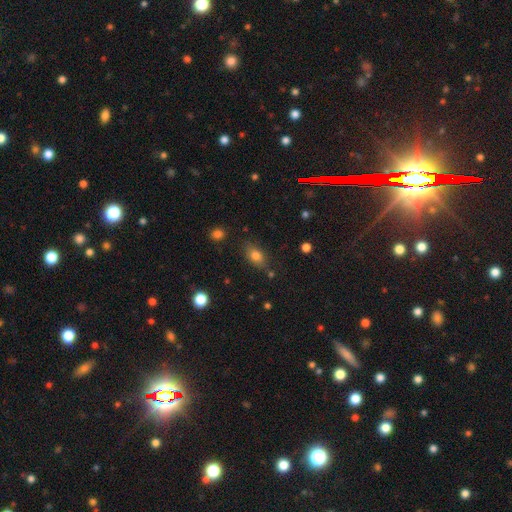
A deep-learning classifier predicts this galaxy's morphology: Smooth or featured? smooth (78%)
How rounded? in between (81%)
Merging? none (78%)